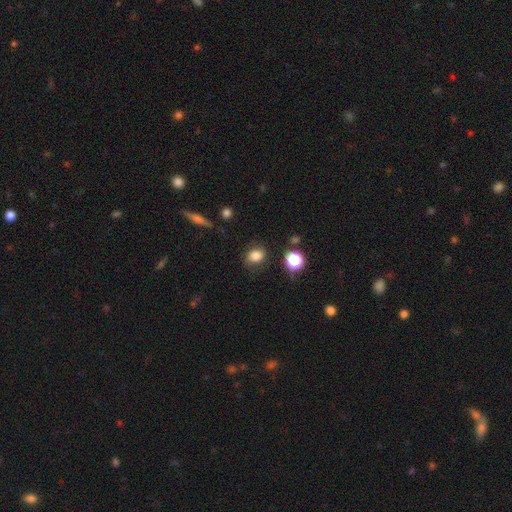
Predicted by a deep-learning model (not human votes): Smooth or featured?
  - smooth: 80% *
  - star or artifact: 12%
  - featured or disk: 8%
How rounded?
  - in between: 51% *
  - round: 48%
  - cigar-shaped: 1%
Merging?
  - none: 76% *
  - minor disturbance: 17%
  - major disturbance: 5%
  - merger: 2%